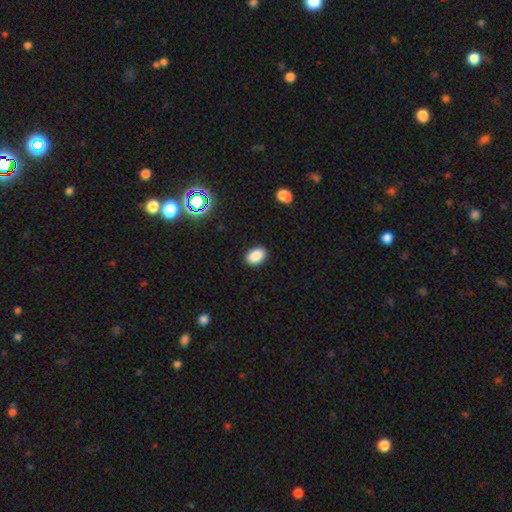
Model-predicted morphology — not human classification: smooth 87%, star or artifact 9%, featured or disk 3%. Down the decision tree: how rounded — in between (82%); merging — none (89%).